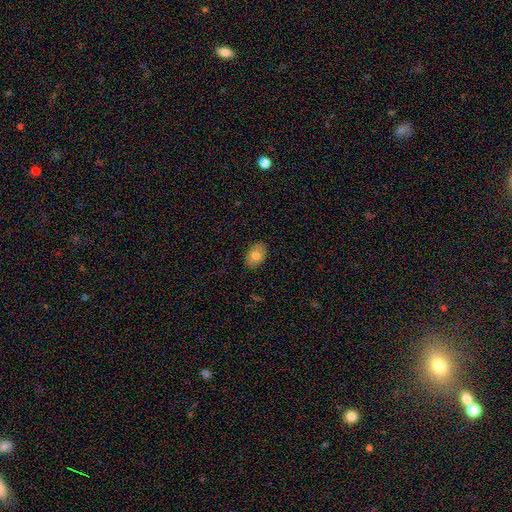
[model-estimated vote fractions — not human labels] Smooth or featured: smooth — 76% (featured or disk — 16%)
How rounded: in between — 82% (round — 17%)
Merging: none — 87% (minor disturbance — 10%)